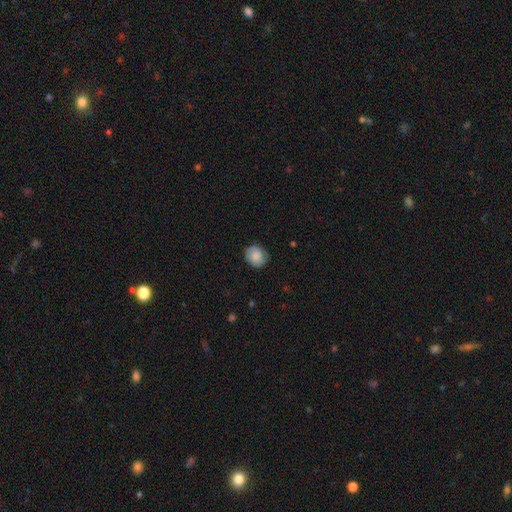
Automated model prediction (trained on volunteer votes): Smooth or featured? smooth (80%)
How rounded? round (74%)
Merging? none (79%)